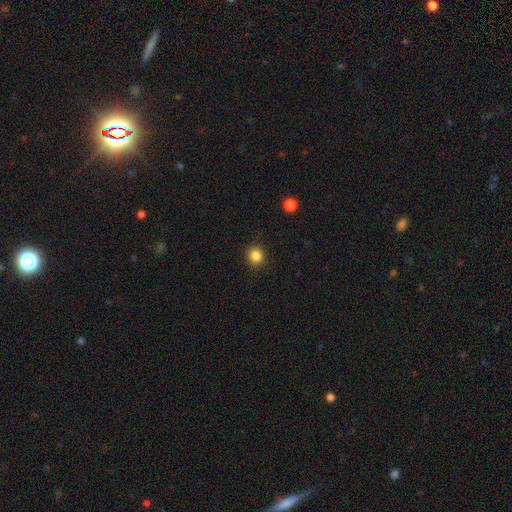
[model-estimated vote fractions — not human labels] Smooth or featured? Predicted: smooth (p=0.85). How rounded? Predicted: round (p=0.89). Merging? Predicted: none (p=0.91).